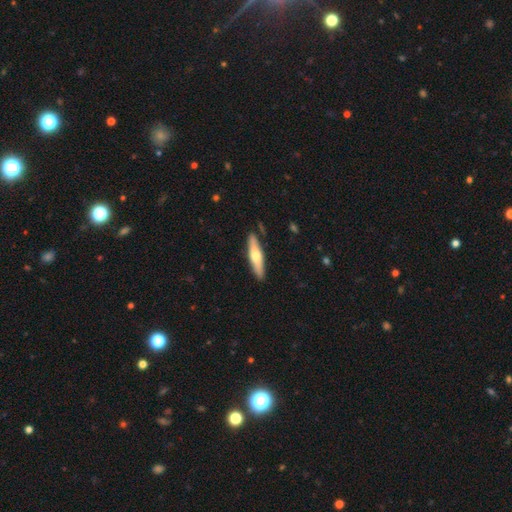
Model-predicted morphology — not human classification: The model was most divided on "smooth or featured": smooth: 51%, featured or disk: 43%, star or artifact: 5%. More confident: merging — none (87%); how rounded — cigar-shaped (78%).